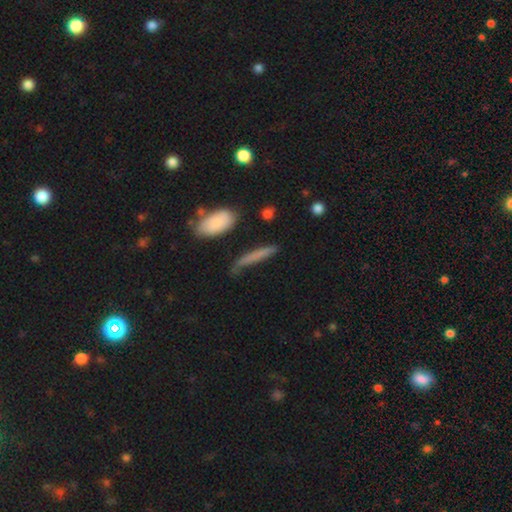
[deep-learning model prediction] Morphology: type=smooth (66%); roundness=cigar-shaped (86%); merging=none (67%).